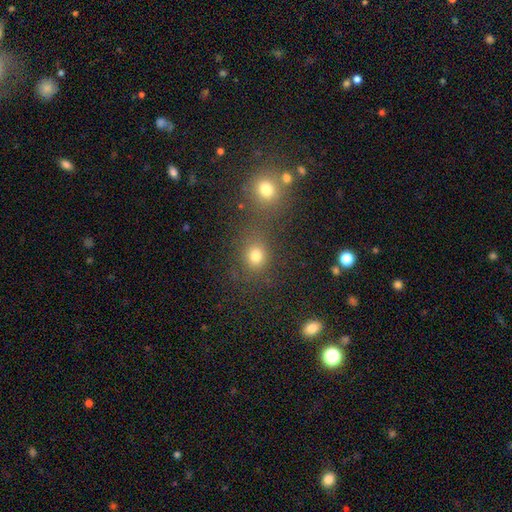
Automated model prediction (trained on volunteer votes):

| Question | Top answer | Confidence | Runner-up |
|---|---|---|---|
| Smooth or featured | smooth | 75% | star or artifact (18%) |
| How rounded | round | 73% | in between (25%) |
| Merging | none | 57% | merger (29%) |